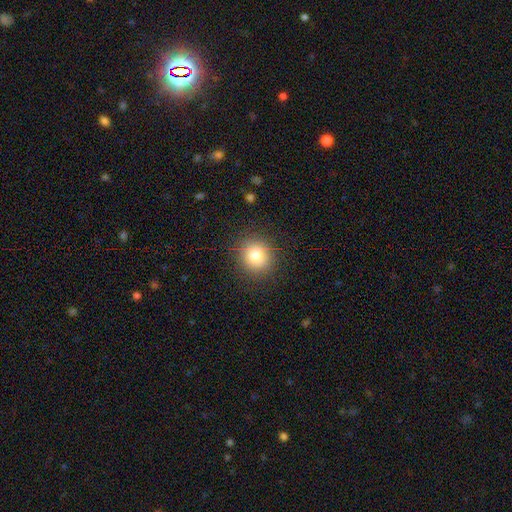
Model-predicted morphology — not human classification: A smooth galaxy with no disk features (81%) that is round (90%). Merging: none (89%).